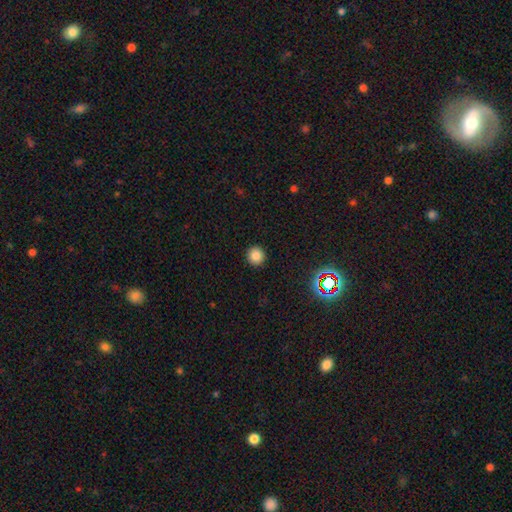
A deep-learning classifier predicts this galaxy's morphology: Smooth or featured? smooth (83%)
How rounded? round (95%)
Merging? none (93%)